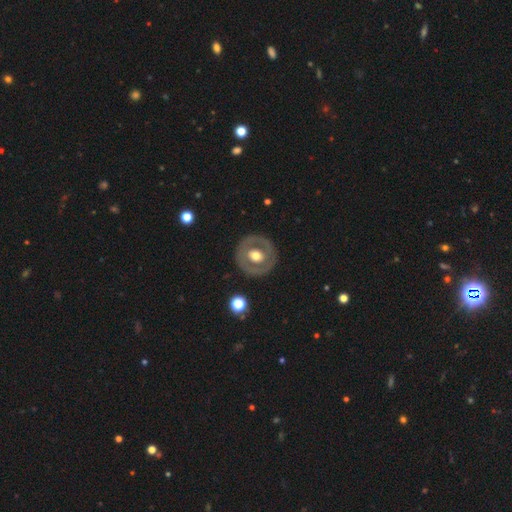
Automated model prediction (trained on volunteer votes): Smooth or featured? Predicted: featured or disk (p=0.59). Edge-on disk? Predicted: no (p=0.95). Bar? Predicted: no (p=0.75). Spiral arms? Predicted: no (p=0.87). Bulge size? Predicted: moderate (p=0.66). Merging? Predicted: none (p=0.85).